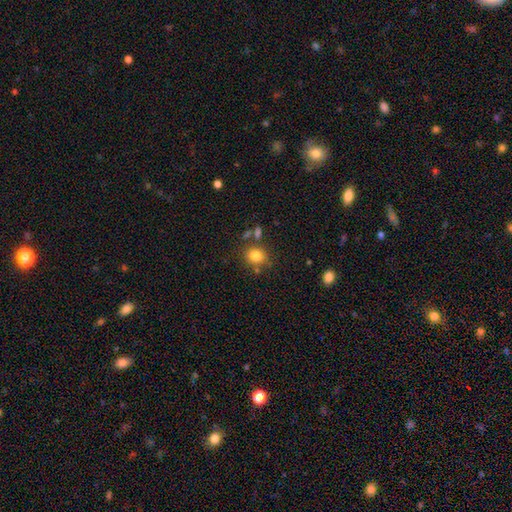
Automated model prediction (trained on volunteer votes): This is clearly a smooth galaxy (81%). How rounded: likely round (72%). Merging: likely none (73%).